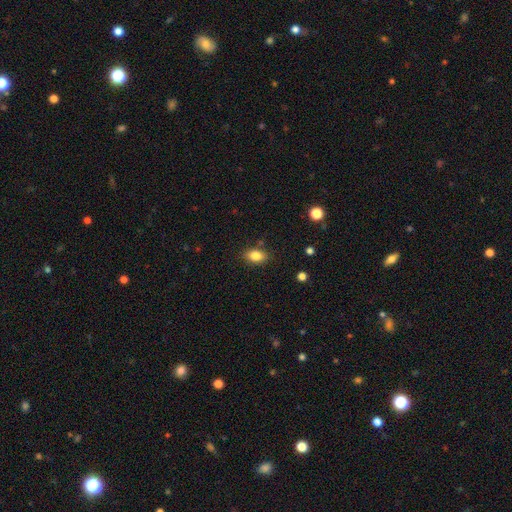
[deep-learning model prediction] The model was most divided on "merging": none: 84%, minor disturbance: 11%, major disturbance: 3%, merger: 2%. More confident: how rounded — in between (86%); smooth or featured — smooth (84%).